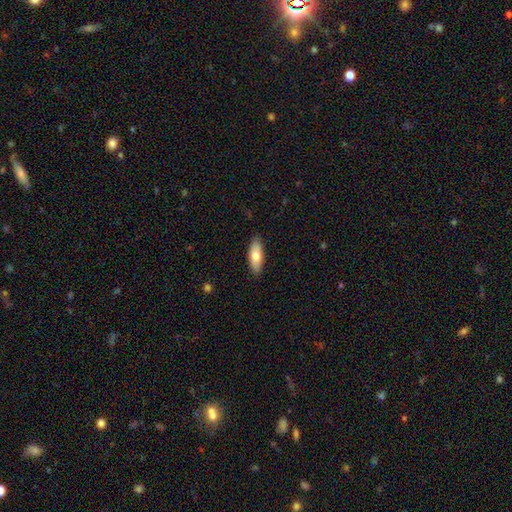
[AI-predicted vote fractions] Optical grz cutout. It shows a smooth galaxy with no disk features (72%) that is in between round and cigar-shaped (69%). Merging: none (88%).